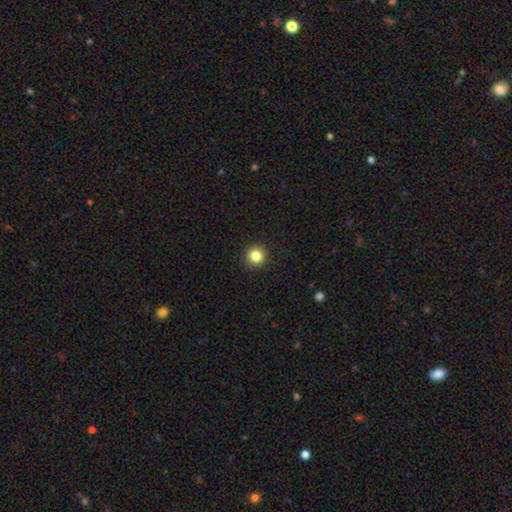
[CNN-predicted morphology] smooth-or-featured: smooth: 84% | star or artifact: 11% | featured or disk: 5%
  how-rounded: round: 96% | in between: 3% | cigar-shaped: 1%
  merging: none: 93% | minor disturbance: 4% | major disturbance: 2% | merger: 1%